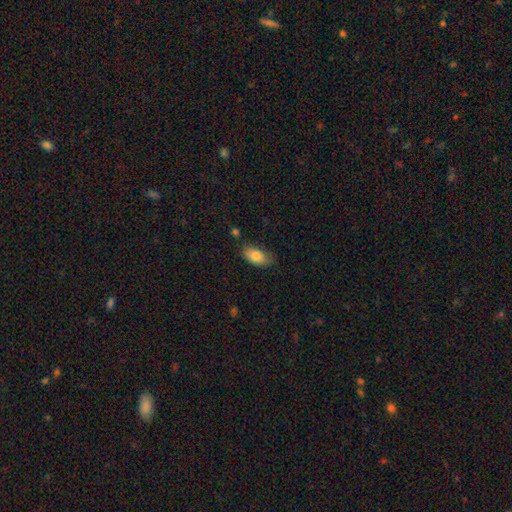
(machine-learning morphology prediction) Overall: smooth (82%). How rounded: in between (92%). Merging: none (66%).